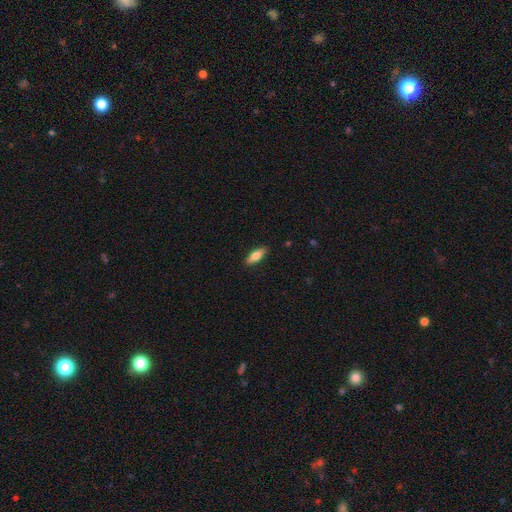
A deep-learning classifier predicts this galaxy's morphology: type=smooth (65%); roundness=in between (54%); merging=none (89%).